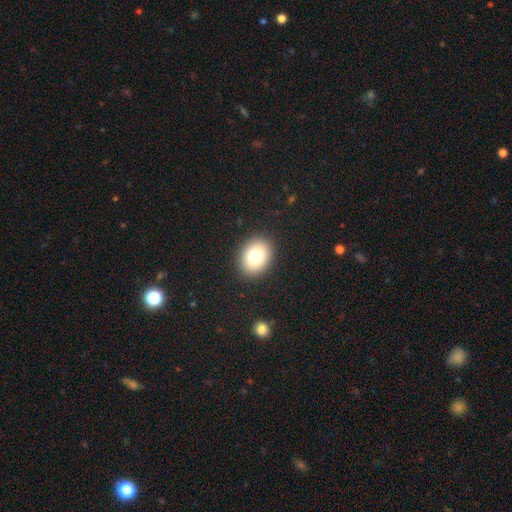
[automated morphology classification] Overall: smooth (79%). How rounded: round (50%; in between 49%). Merging: none (90%).